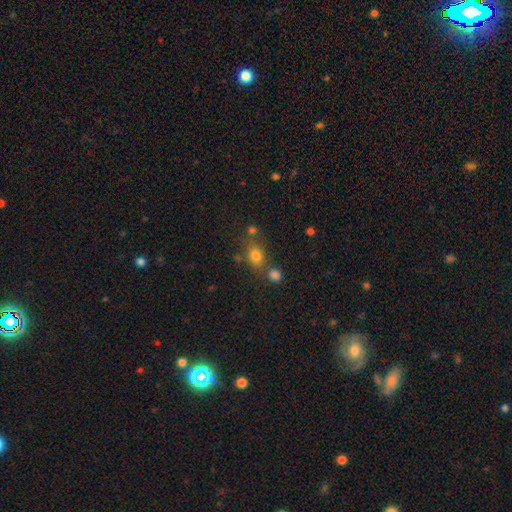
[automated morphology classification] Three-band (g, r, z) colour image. It shows a smooth galaxy with no disk features (76%) that is round (50%). Merging: none (60%).